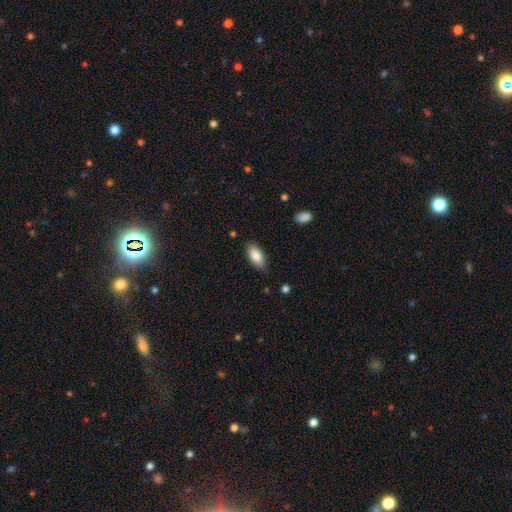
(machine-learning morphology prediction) The model was most divided on "merging": none: 79%, minor disturbance: 17%, major disturbance: 3%, merger: 1%. More confident: how rounded — in between (89%); smooth or featured — smooth (85%).